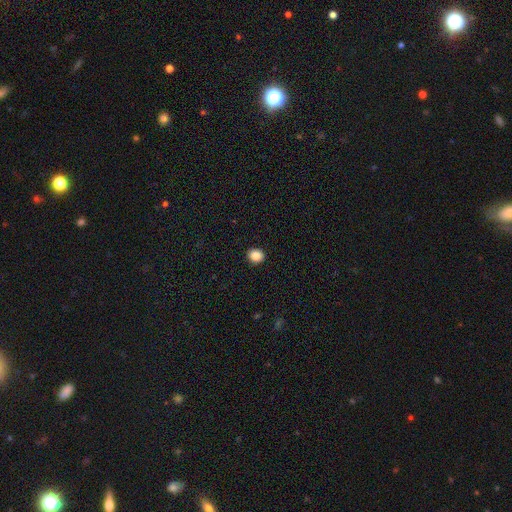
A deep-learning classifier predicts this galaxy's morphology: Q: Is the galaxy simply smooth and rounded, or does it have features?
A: smooth — 87%.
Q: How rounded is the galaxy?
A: round — 75%.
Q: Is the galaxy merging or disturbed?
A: none — 92%.